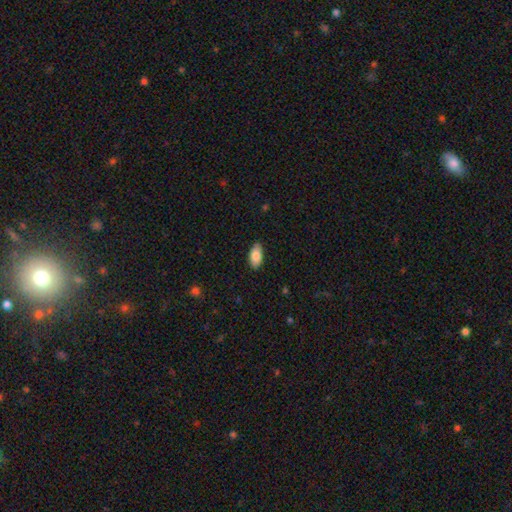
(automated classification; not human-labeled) The model was most divided on "smooth or featured": smooth: 84%, featured or disk: 9%, star or artifact: 7%. More confident: how rounded — in between (93%); merging — none (87%).